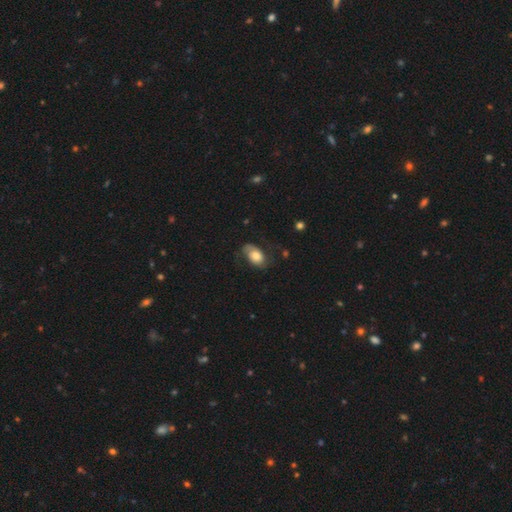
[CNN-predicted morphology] smooth_or_featured: smooth (p=0.52) [alt: featured or disk p=0.41]
how_rounded: in between (p=0.89) [alt: round p=0.09]
merging: none (p=0.57) [alt: minor disturbance p=0.25]